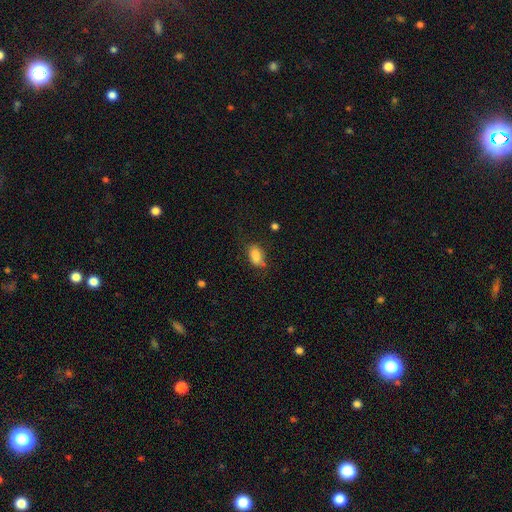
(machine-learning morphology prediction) type=smooth (83%); roundness=in between (89%); merging=none (58%).